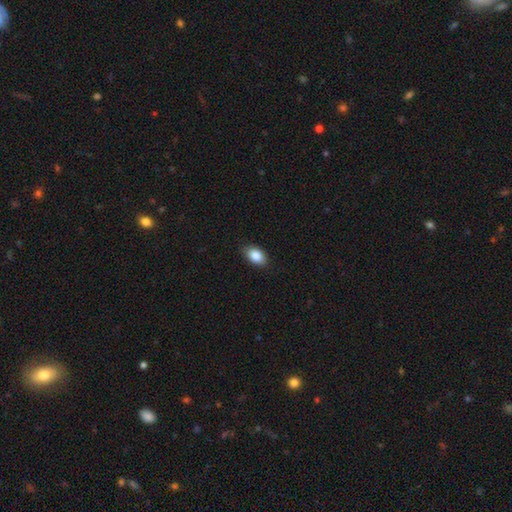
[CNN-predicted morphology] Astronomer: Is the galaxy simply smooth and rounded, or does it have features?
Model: smooth — 86%.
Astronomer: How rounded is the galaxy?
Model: in between — 88%.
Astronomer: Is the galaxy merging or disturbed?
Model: none — 86%.